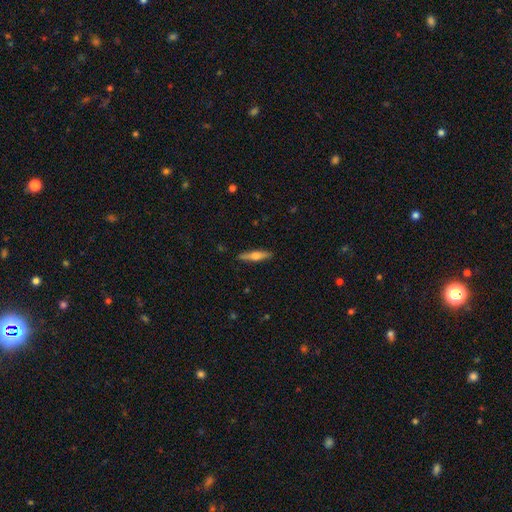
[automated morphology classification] This appears to be a featured or disk galaxy (49%). Merging: none (89%).